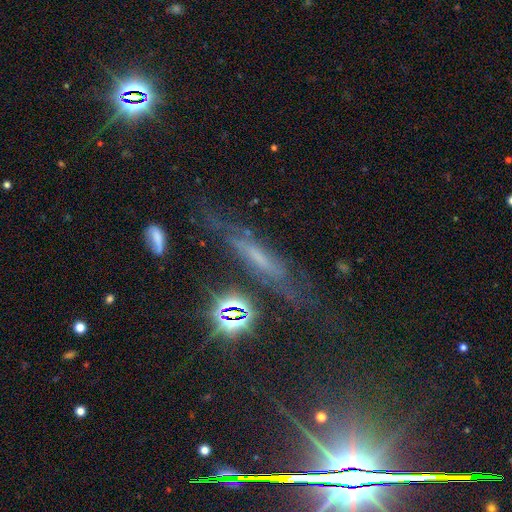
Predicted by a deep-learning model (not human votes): A featured or disk galaxy (50%) viewed edge-on (70%).

Vote fractions:
- Smooth or featured? featured or disk: 50% / star or artifact: 28% / smooth: 22%
- Edge-on disk? yes: 70% / no: 30%
- Merging? none: 68% / minor disturbance: 19% / major disturbance: 9% / merger: 4%